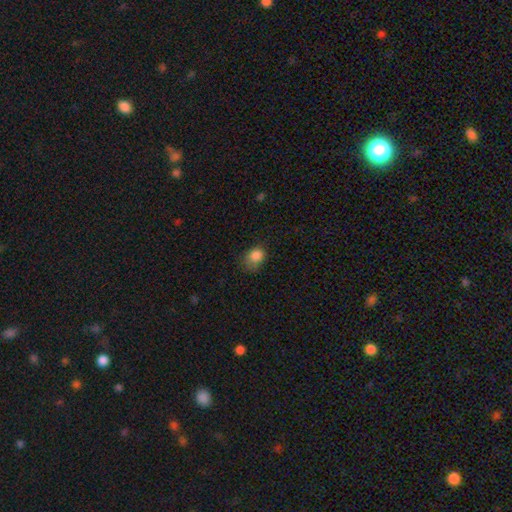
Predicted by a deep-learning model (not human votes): Smooth or featured: smooth — 84% (star or artifact — 11%)
How rounded: round — 52% (in between — 47%)
Merging: none — 52% (minor disturbance — 34%)